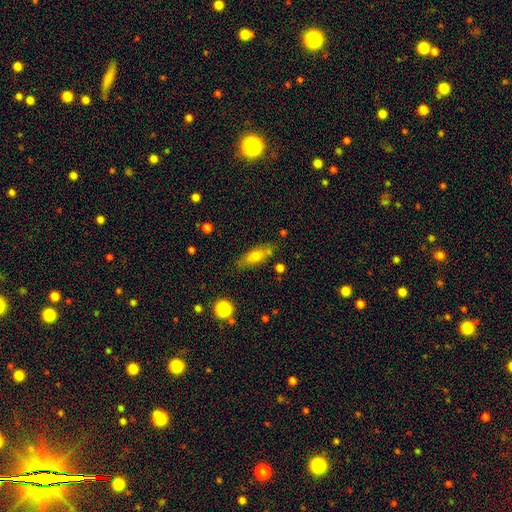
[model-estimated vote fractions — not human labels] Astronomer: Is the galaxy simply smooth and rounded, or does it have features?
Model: smooth — 64%.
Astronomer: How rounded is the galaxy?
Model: in between — 58% (runner-up: cigar-shaped, 37%).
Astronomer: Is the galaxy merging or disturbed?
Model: none — 73%.